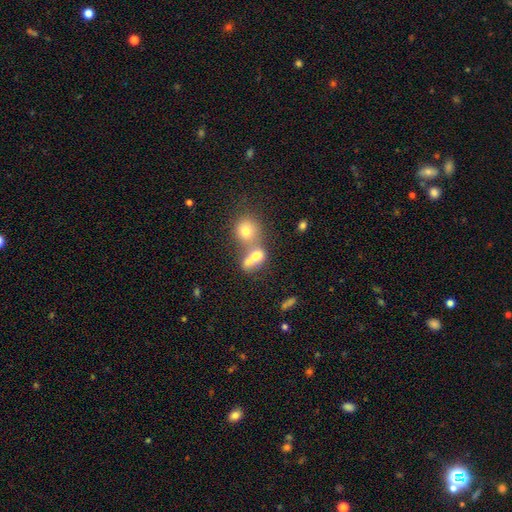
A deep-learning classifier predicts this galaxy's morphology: type=smooth (68%); roundness=in between (53%); merging=merger (65%).